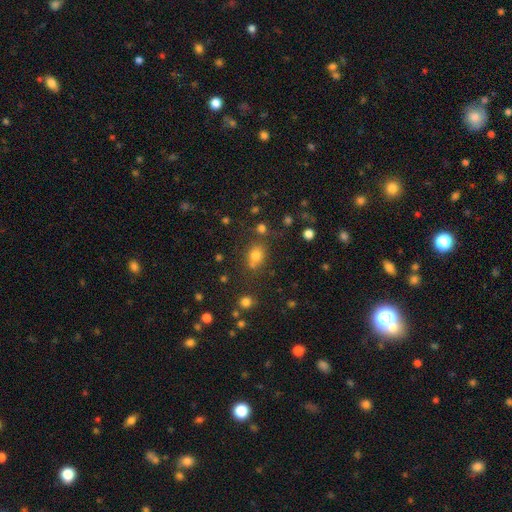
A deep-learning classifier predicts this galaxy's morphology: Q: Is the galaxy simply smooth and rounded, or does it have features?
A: smooth — 71%.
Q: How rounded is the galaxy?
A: round — 56%.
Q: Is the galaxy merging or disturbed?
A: none — 65%.